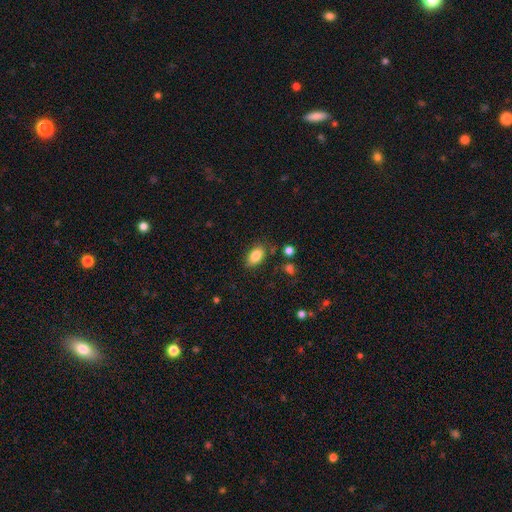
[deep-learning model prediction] smooth 85%, star or artifact 8%, featured or disk 7%. Down the decision tree: how rounded — in between (90%); merging — none (81%).